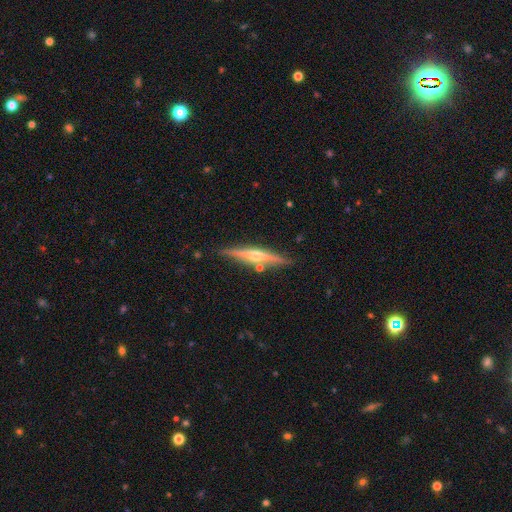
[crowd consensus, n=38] smooth-or-featured: featured or disk: 79% | smooth: 18% | star or artifact: 3%
  disk-edge-on: yes: 100% | no: 0%
    edge-on-bulge: rounded: 87% | boxy: 7% | none: 7%
  merging: none: 89% | minor disturbance: 5% | major disturbance: 3% | merger: 3%